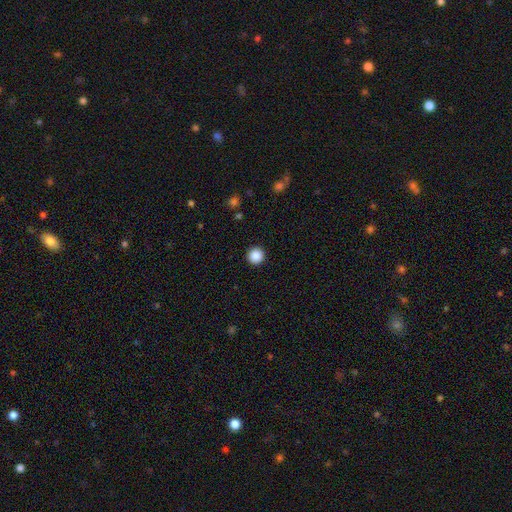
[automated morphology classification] Q: Smooth or featured?
A: smooth (88%); runner-up: star or artifact (10%)
Q: How rounded?
A: round (96%); runner-up: in between (3%)
Q: Merging?
A: none (93%); runner-up: minor disturbance (4%)